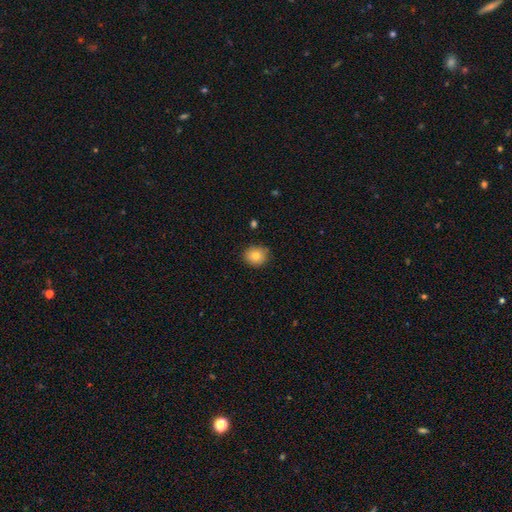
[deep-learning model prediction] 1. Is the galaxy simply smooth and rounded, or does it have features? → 80% smooth, 10% star or artifact, 10% featured or disk.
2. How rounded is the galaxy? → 78% round, 21% in between, 1% cigar-shaped.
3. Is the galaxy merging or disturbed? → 86% none, 10% minor disturbance, 2% major disturbance, 1% merger.